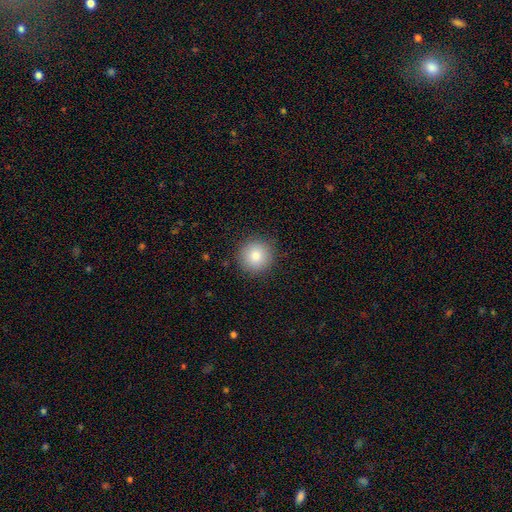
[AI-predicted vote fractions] A smooth galaxy with no disk features (84%) that is round (94%).

Vote fractions:
- Smooth or featured? smooth: 84% / star or artifact: 9% / featured or disk: 7%
- How rounded? round: 94% / in between: 5% / cigar-shaped: 1%
- Merging? none: 90% / minor disturbance: 7% / major disturbance: 2% / merger: 1%